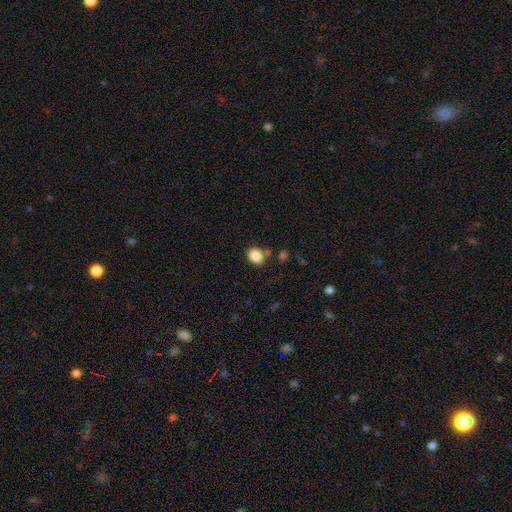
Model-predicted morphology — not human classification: type=smooth (86%); roundness=in between (62%); merging=none (75%).